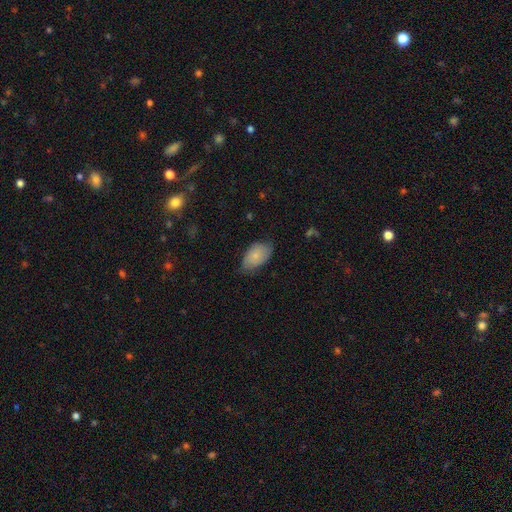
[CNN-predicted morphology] Smooth or featured? smooth (76%)
How rounded? in between (92%)
Merging? none (59%)